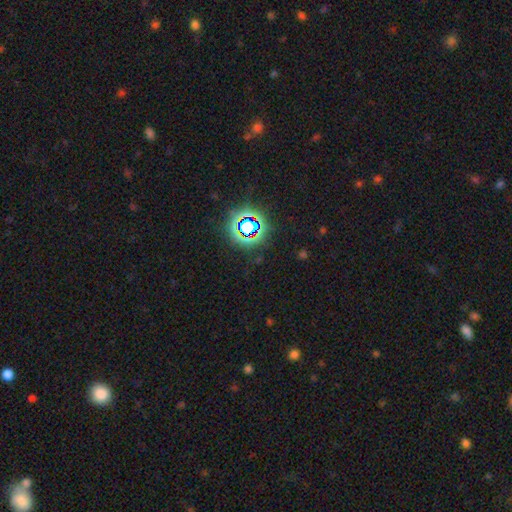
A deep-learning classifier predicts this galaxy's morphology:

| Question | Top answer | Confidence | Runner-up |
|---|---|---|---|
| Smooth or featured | star or artifact | 76% | smooth (16%) |